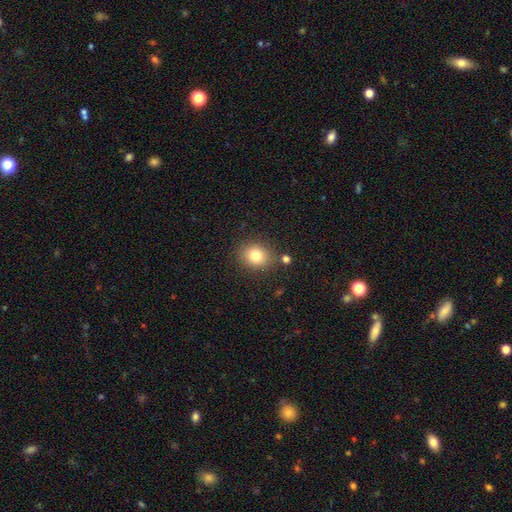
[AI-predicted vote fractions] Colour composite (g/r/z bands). It shows a smooth galaxy with no disk features (80%) that is round (69%). Merging: none (82%).